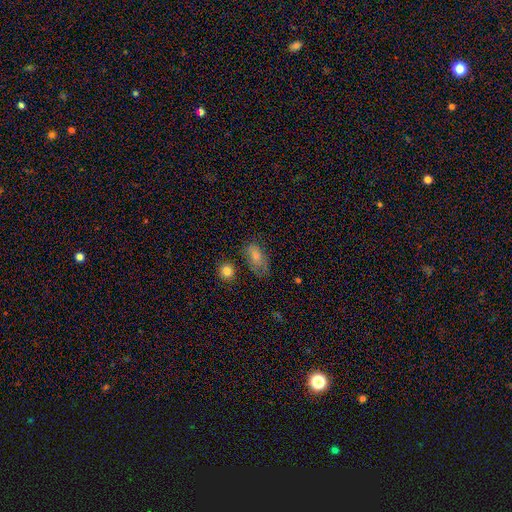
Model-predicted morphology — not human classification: Smooth or featured?
  - smooth: 62% *
  - featured or disk: 22%
  - star or artifact: 16%
How rounded?
  - in between: 79% *
  - round: 16%
  - cigar-shaped: 5%
Merging?
  - none: 56% *
  - minor disturbance: 27%
  - major disturbance: 11%
  - merger: 6%